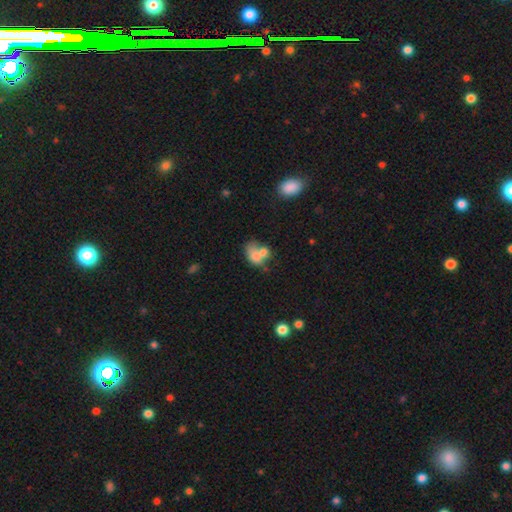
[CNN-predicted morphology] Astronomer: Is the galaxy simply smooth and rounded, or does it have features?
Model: smooth — 69%.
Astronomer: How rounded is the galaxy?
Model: in between — 70%.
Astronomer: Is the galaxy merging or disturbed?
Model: merger — 59%.